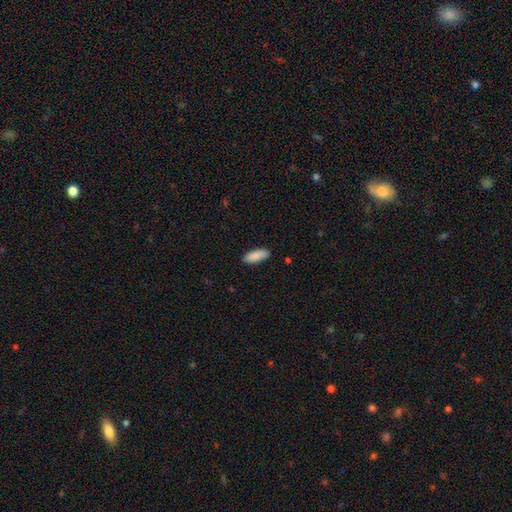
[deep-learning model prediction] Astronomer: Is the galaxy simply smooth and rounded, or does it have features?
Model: smooth — 89%.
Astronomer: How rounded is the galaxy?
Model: in between — 76%.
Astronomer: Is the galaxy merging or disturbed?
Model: none — 89%.